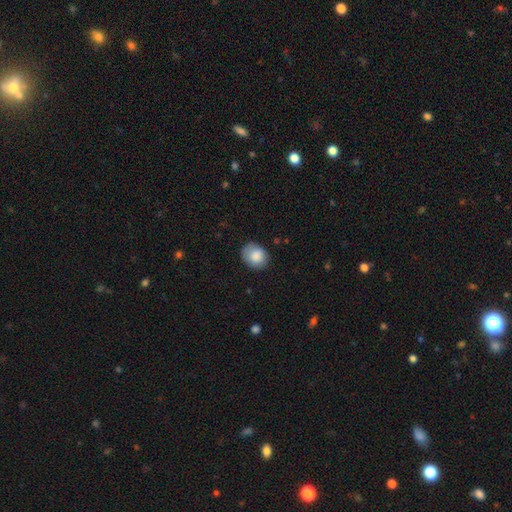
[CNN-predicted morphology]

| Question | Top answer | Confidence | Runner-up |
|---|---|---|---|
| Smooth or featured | smooth | 85% | featured or disk (8%) |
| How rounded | round | 51% | in between (48%) |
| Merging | none | 75% | minor disturbance (20%) |